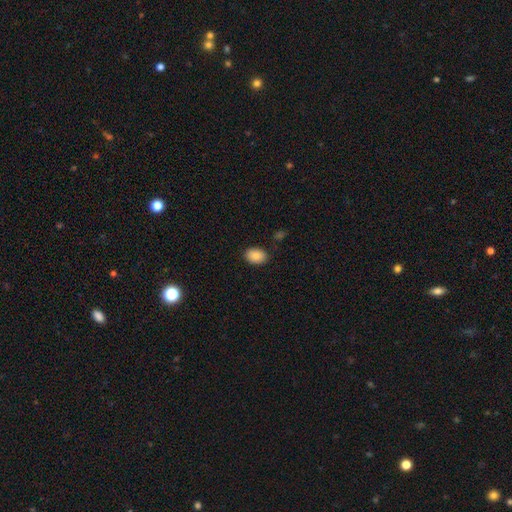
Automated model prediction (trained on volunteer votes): This is clearly a smooth galaxy (88%). How rounded: likely in between (78%). Merging: clearly none (86%).